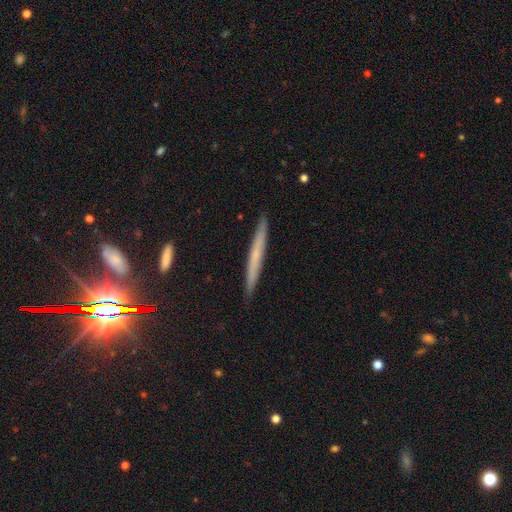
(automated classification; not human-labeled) A smooth galaxy with no disk features (46%).

Vote fractions:
- Smooth or featured? smooth: 46% / featured or disk: 44% / star or artifact: 10%
- Merging? none: 90% / minor disturbance: 8% / major disturbance: 1% / merger: 1%